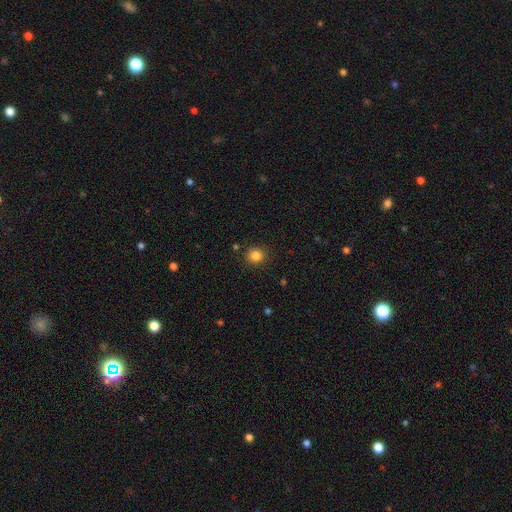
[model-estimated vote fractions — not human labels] Morphology: type=smooth (83%); roundness=round (90%); merging=none (89%).